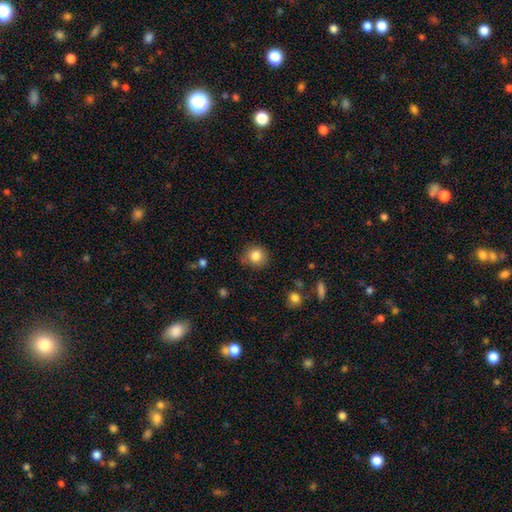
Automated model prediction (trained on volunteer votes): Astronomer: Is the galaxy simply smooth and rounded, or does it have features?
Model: smooth — 83%.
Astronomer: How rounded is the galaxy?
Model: round — 87%.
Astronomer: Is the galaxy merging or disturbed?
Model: none — 81%.